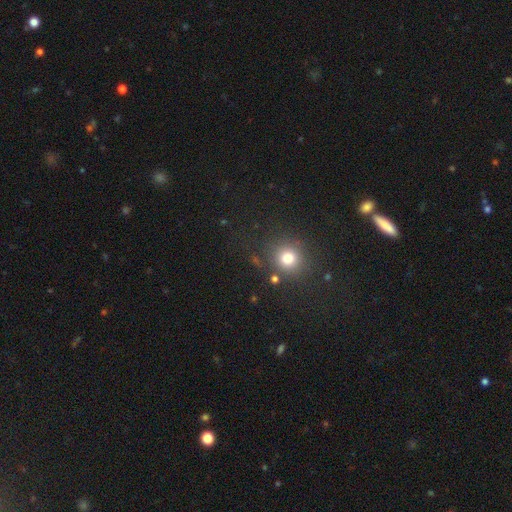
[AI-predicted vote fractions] Overall: smooth (57%; star or artifact 35%). How rounded: round (89%). Merging: none (80%).